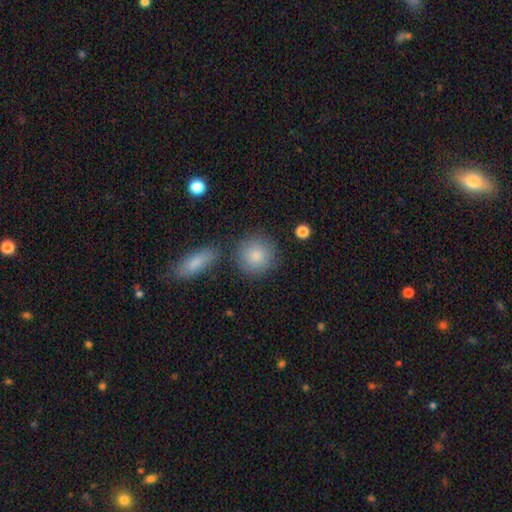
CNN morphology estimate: Overall: smooth (86%). How rounded: round (90%). Merging: none (78%).